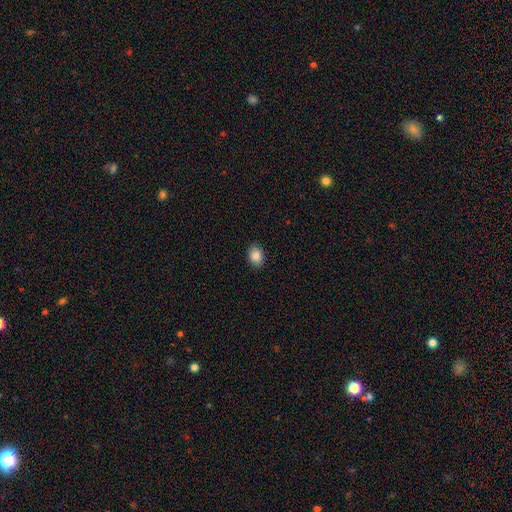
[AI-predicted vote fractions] smooth 86%, star or artifact 9%, featured or disk 5%. Down the decision tree: how rounded — in between (68%); merging — none (89%).